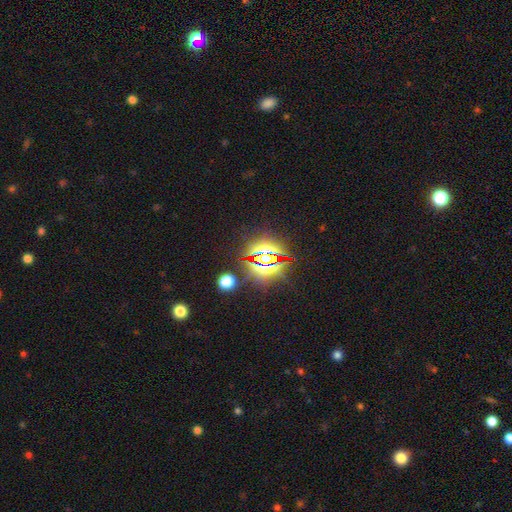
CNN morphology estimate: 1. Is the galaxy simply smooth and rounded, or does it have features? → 79% star or artifact, 12% smooth, 9% featured or disk.